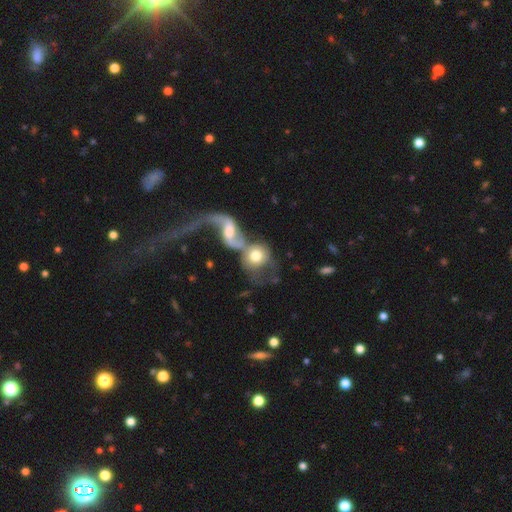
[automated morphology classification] type=smooth (49%); merging=merger (66%).